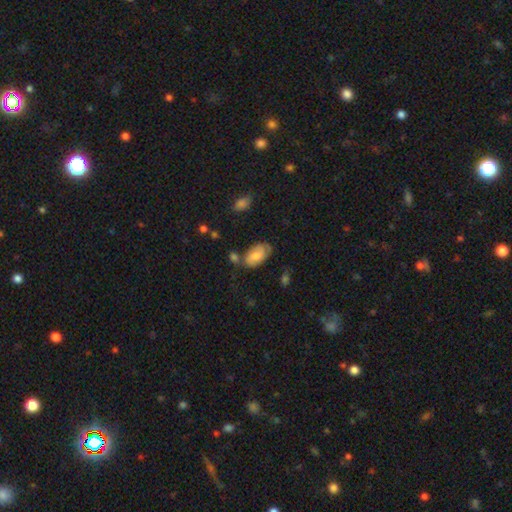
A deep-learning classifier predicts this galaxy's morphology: Overall: smooth (63%; featured or disk 30%). How rounded: in between (93%). Merging: none (53%; minor disturbance 28%).